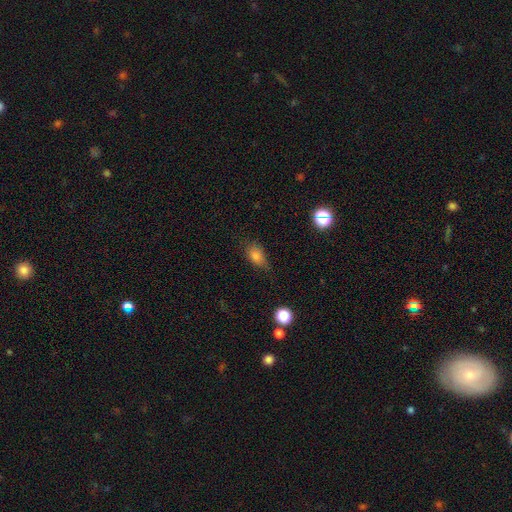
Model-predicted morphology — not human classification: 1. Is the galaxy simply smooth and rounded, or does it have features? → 79% smooth, 13% star or artifact, 9% featured or disk.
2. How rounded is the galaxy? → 78% in between, 18% round, 3% cigar-shaped.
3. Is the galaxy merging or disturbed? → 63% none, 28% minor disturbance, 7% major disturbance, 2% merger.